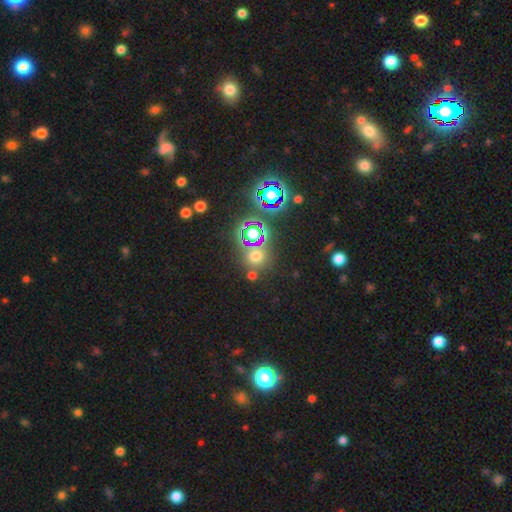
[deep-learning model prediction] The model was most divided on "smooth or featured": smooth: 51%, star or artifact: 41%, featured or disk: 8%. More confident: how rounded — round (88%); merging — none (75%).